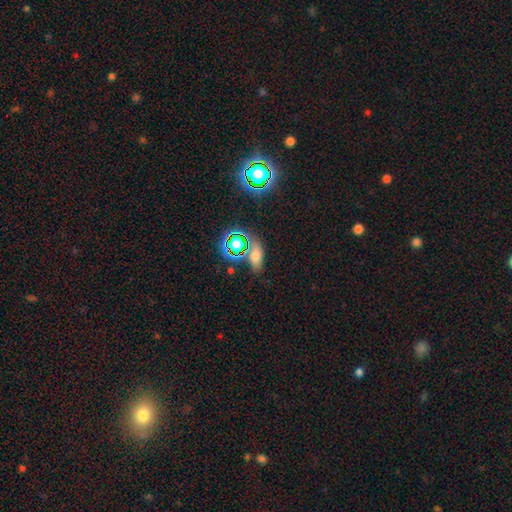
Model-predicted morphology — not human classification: Overall: smooth (59%; star or artifact 28%). How rounded: in between (78%). Merging: none (67%).